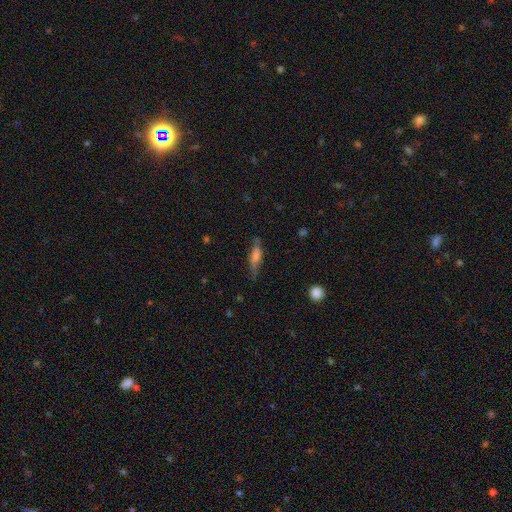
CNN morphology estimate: Smooth or featured?
  - smooth: 48% *
  - featured or disk: 43%
  - star or artifact: 9%
Merging?
  - none: 74% *
  - minor disturbance: 19%
  - major disturbance: 5%
  - merger: 2%